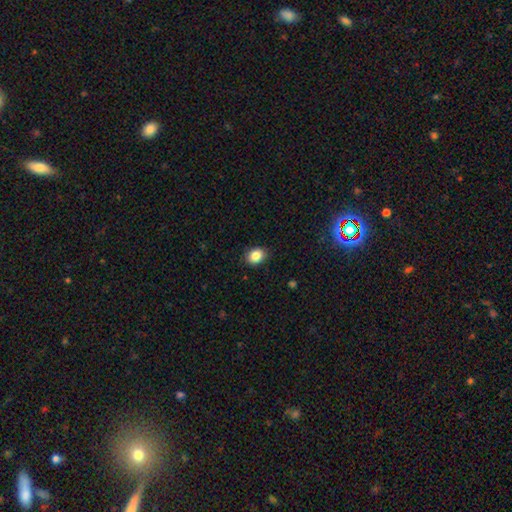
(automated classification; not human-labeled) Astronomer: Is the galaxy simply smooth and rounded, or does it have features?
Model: smooth — 86%.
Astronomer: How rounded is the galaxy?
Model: in between — 53% (runner-up: round, 46%).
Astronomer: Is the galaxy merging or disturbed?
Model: none — 87%.